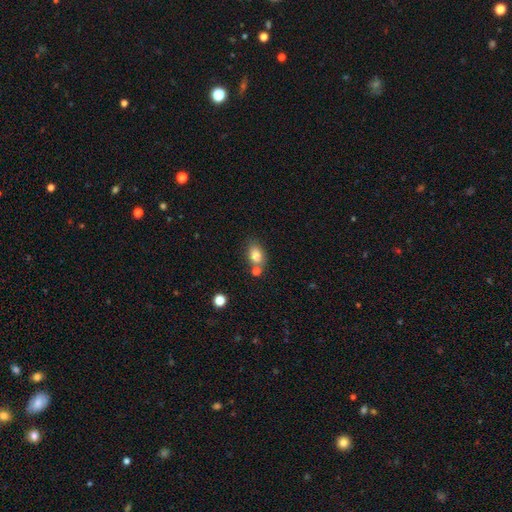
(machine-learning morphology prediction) This is clearly a smooth galaxy (81%). How rounded: likely in between (74%). Merging: possibly none (58%).